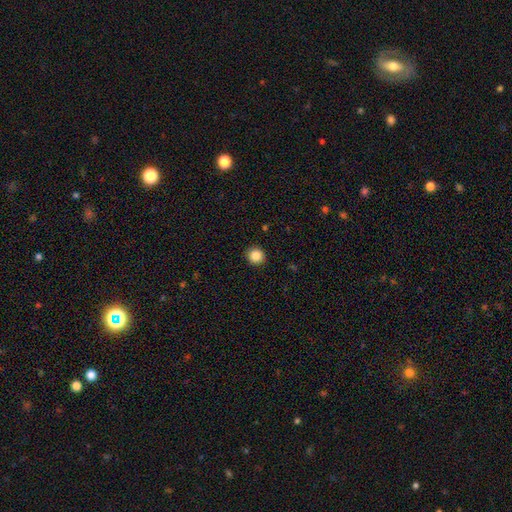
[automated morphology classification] smooth 86%, star or artifact 10%, featured or disk 4%. Down the decision tree: how rounded — round (94%); merging — none (93%).